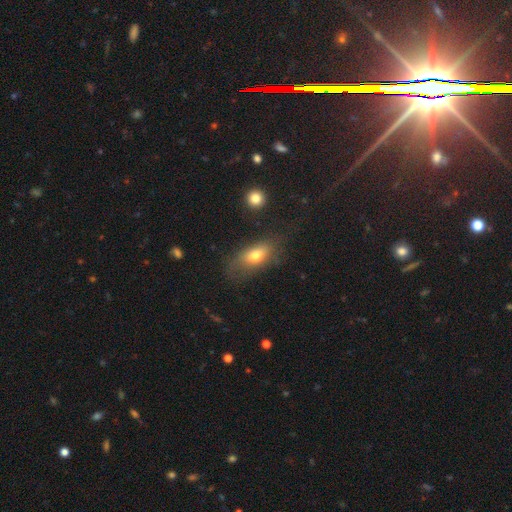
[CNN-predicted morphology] type=smooth (72%); roundness=in between (83%); merging=none (54%).